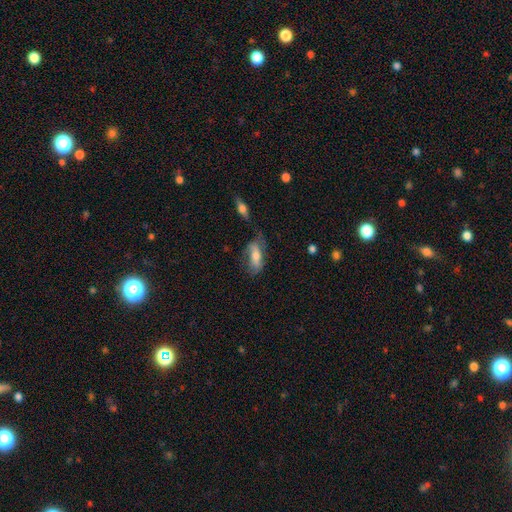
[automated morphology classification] Overall: smooth (55%; featured or disk 38%). How rounded: in between (75%). Merging: none (48%; minor disturbance 28%).